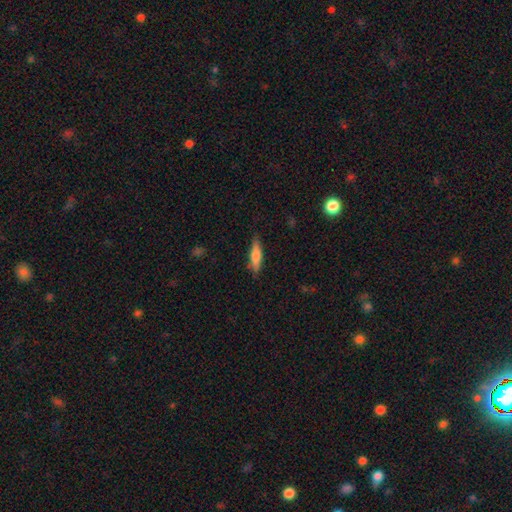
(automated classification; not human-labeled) smooth 72%, featured or disk 22%, star or artifact 6%. Down the decision tree: how rounded — cigar-shaped (71%); merging — none (81%).